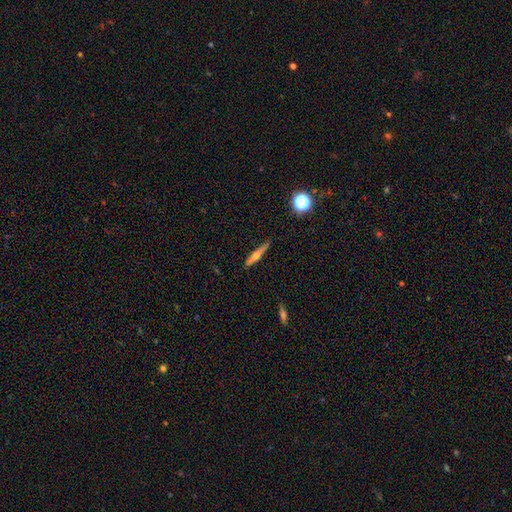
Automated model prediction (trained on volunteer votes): Smooth or featured?
  - featured or disk: 52% *
  - smooth: 40%
  - star or artifact: 8%
Edge-on disk?
  - yes: 96% *
  - no: 4%
Edge-on bulge?
  - rounded: 85% *
  - none: 11%
  - boxy: 4%
Merging?
  - none: 85% *
  - minor disturbance: 11%
  - major disturbance: 2%
  - merger: 2%